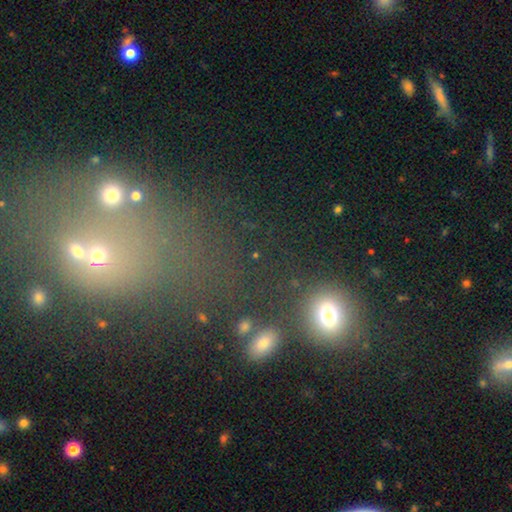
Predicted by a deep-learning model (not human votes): A smooth galaxy with no disk features (56%) that is round (65%). Merging: none (72%).